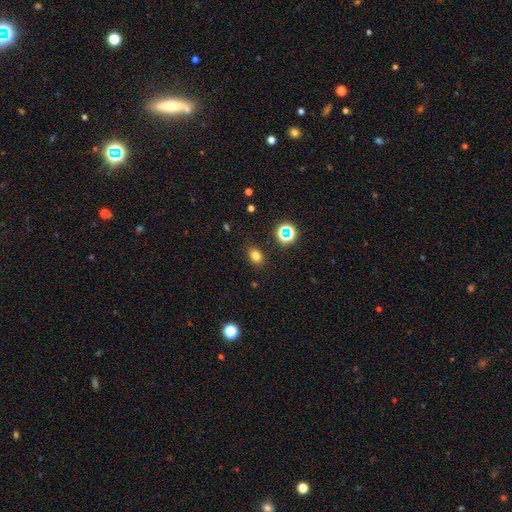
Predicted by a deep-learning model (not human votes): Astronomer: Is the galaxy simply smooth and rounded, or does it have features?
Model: smooth — 77%.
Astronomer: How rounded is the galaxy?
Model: in between — 73%.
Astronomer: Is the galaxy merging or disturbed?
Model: none — 86%.